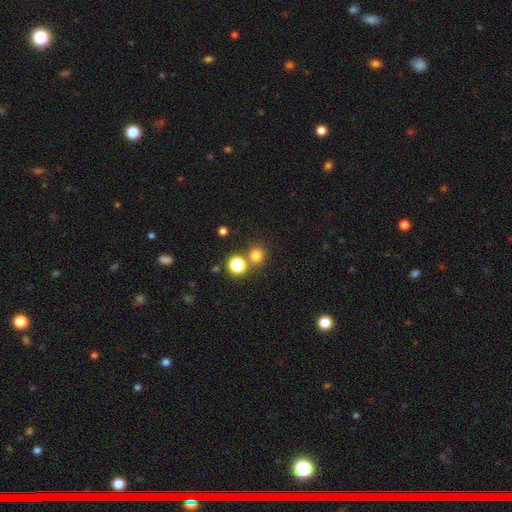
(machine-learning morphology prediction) Smooth or featured: smooth — 76% (star or artifact — 18%)
How rounded: round — 89% (in between — 10%)
Merging: none — 76% (merger — 14%)